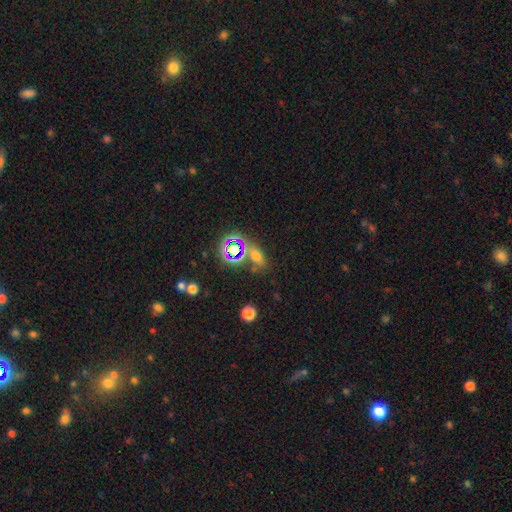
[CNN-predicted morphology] A smooth galaxy with no disk features (50%). Merging: none (61%).